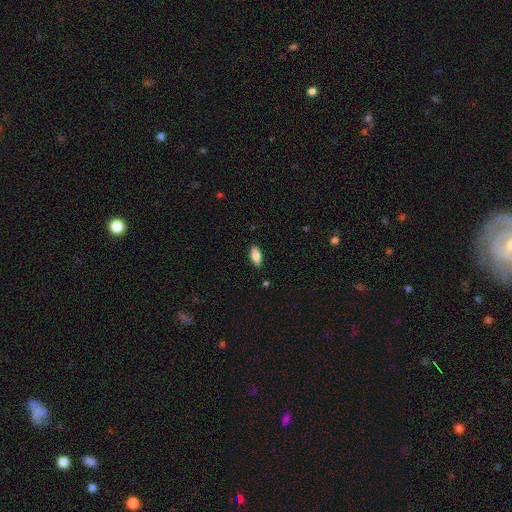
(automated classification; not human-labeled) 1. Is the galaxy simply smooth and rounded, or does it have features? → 83% smooth, 11% featured or disk, 6% star or artifact.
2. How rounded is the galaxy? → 83% in between, 15% cigar-shaped, 2% round.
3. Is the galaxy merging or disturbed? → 88% none, 9% minor disturbance, 2% major disturbance, 1% merger.